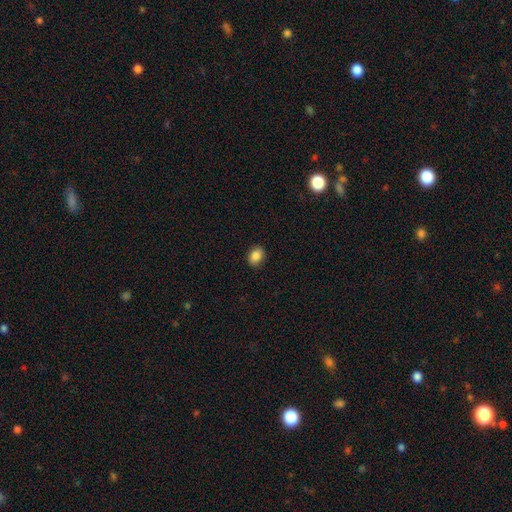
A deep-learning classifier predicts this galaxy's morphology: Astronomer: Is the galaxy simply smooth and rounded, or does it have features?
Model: smooth — 87%.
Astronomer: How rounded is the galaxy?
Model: in between — 68%.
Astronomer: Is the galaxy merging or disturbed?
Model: none — 88%.